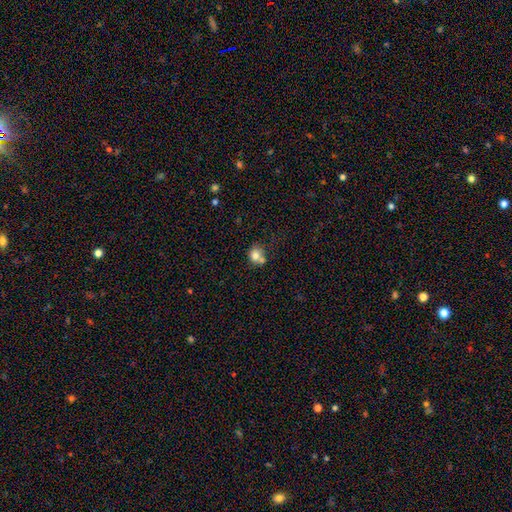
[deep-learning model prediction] Smooth or featured: smooth — 76% (featured or disk — 14%)
How rounded: round — 76% (in between — 24%)
Merging: none — 44% (merger — 39%)